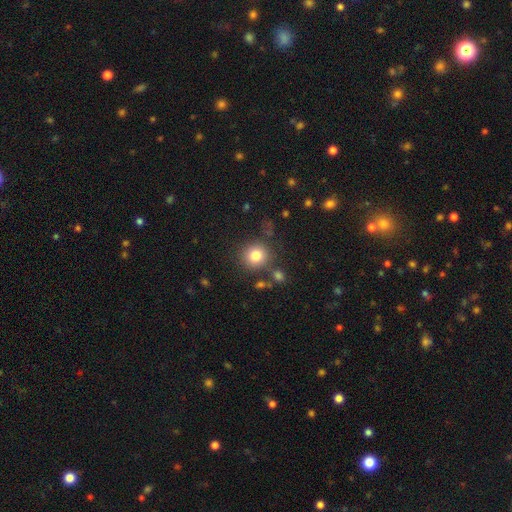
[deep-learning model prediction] Morphology: type=smooth (80%); roundness=round (91%); merging=none (81%).